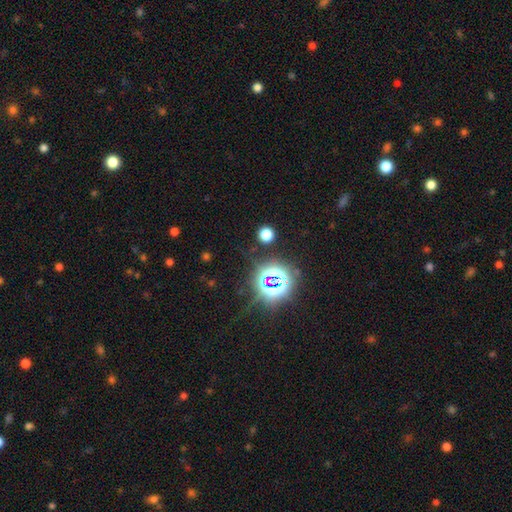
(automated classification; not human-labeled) smooth-or-featured: star or artifact: 81% | smooth: 13% | featured or disk: 6%